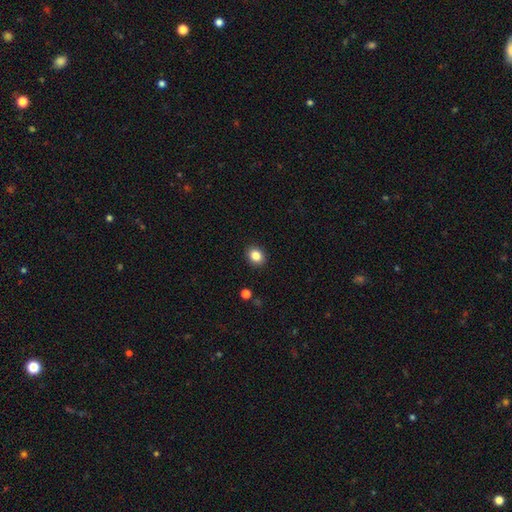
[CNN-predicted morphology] smooth-or-featured: smooth: 85% | star or artifact: 10% | featured or disk: 6%
  how-rounded: round: 54% | in between: 45% | cigar-shaped: 1%
  merging: none: 91% | minor disturbance: 6% | major disturbance: 2% | merger: 1%